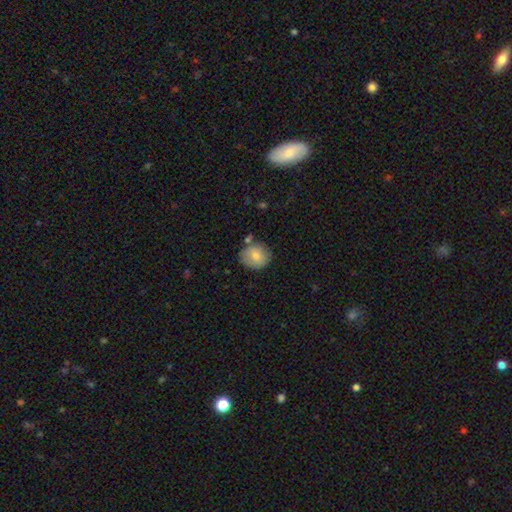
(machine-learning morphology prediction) The model was most divided on "how rounded": round: 72%, in between: 27%, cigar-shaped: 1%. More confident: smooth or featured — smooth (77%); merging — none (72%).